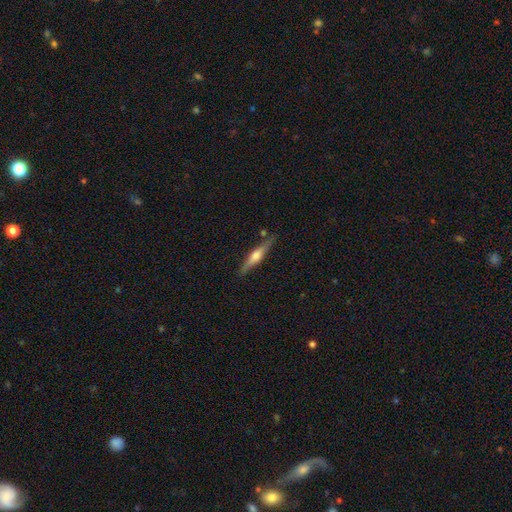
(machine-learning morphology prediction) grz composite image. It shows a featured or disk galaxy (65%) viewed edge-on (96%) with a rounded central bulge (85%). Merging: none (85%).